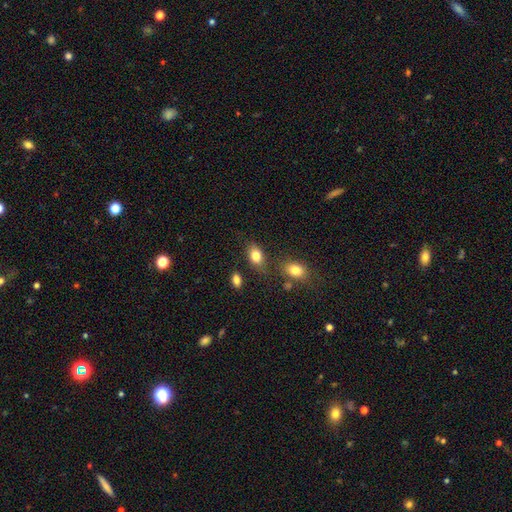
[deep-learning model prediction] Morphology: type=smooth (83%); roundness=in between (82%); merging=none (72%).